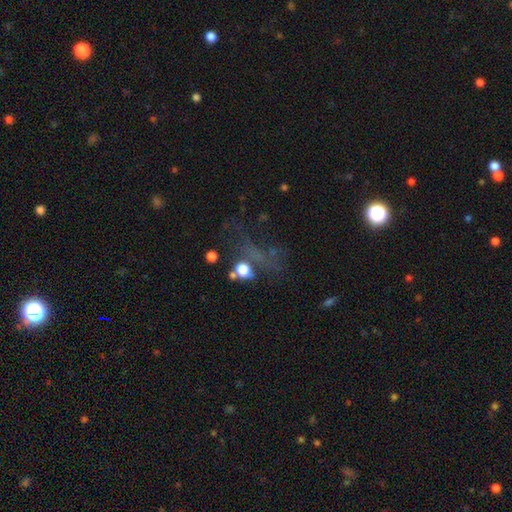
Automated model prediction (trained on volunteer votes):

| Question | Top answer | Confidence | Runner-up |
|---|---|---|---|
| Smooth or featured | star or artifact | 46% | smooth (29%) |